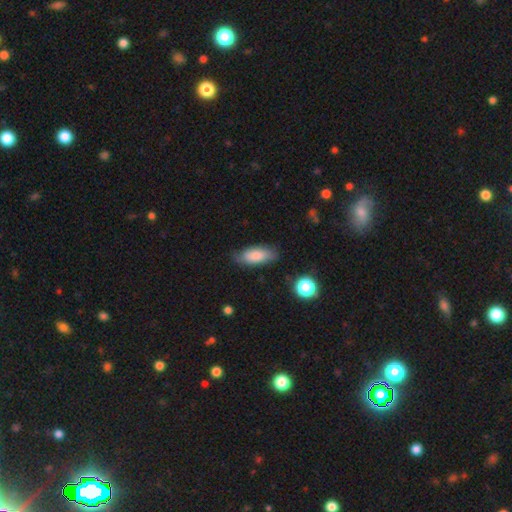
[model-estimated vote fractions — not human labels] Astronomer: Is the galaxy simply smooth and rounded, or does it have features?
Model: smooth — 79%.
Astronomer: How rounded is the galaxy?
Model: in between — 80%.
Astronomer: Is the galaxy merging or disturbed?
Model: none — 74%.